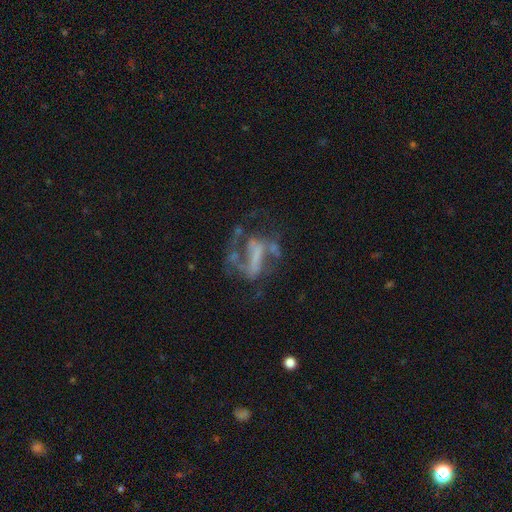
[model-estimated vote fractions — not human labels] Smooth or featured? featured or disk (72%)
Edge-on disk? no (94%)
Bar? strong (46%)
Spiral arms? yes (57%)
Bulge size? none (63%)
Merging? major disturbance (39%)